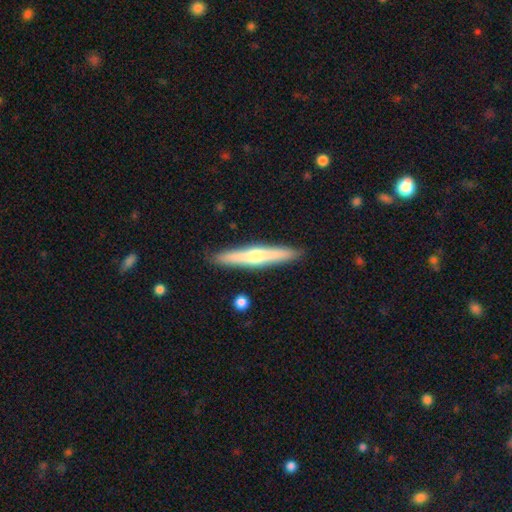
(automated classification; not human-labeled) A featured or disk galaxy (55%) viewed edge-on (96%) with a rounded central bulge (82%).

Vote fractions:
- Smooth or featured? featured or disk: 55% / smooth: 39% / star or artifact: 6%
- Edge-on disk? yes: 96% / no: 4%
- Edge-on bulge? rounded: 82% / none: 12% / boxy: 6%
- Merging? none: 90% / minor disturbance: 7% / major disturbance: 1% / merger: 1%